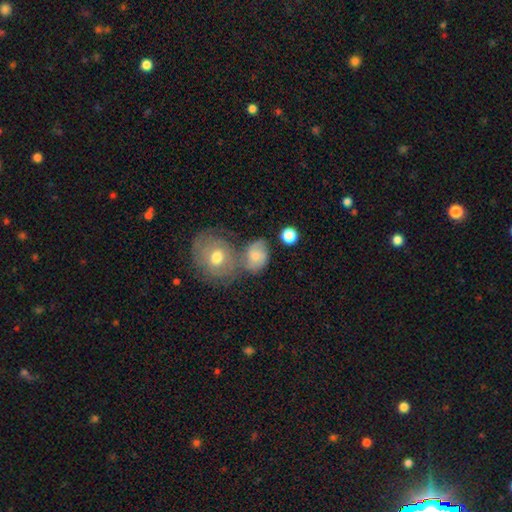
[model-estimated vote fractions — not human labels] Smooth or featured: smooth — 52% (featured or disk — 38%)
How rounded: round — 58% (in between — 41%)
Merging: merger — 39% (none — 37%)